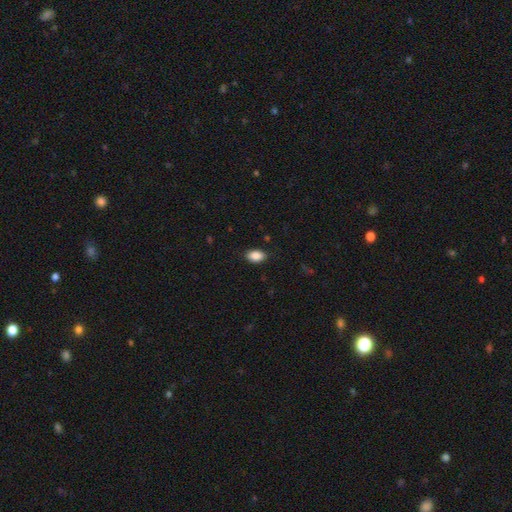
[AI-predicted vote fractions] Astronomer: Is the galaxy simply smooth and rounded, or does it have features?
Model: smooth — 88%.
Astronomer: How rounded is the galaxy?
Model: in between — 90%.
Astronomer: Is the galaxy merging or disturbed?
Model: none — 86%.